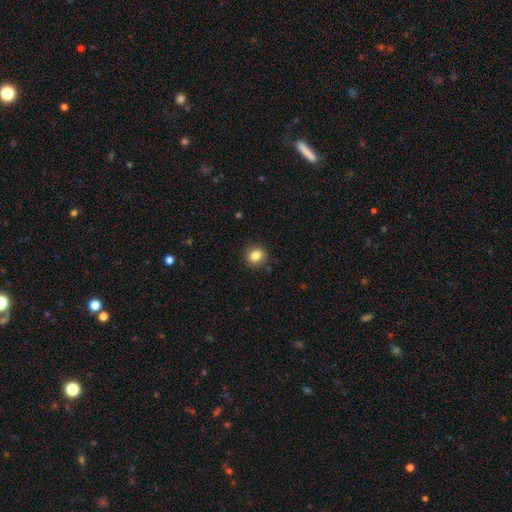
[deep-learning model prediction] Smooth or featured? Predicted: smooth (p=0.84). How rounded? Predicted: round (p=0.83). Merging? Predicted: none (p=0.90).